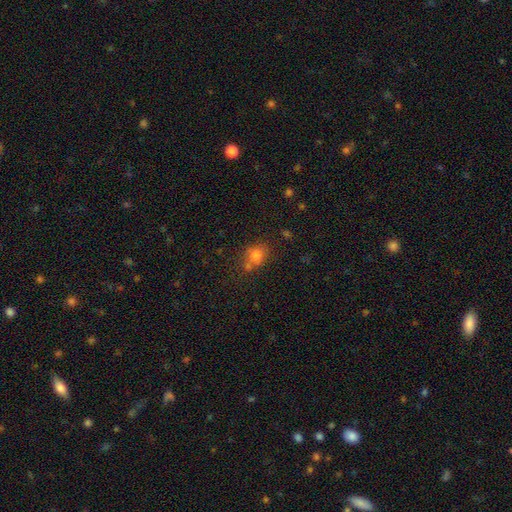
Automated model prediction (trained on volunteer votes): smooth 76%, star or artifact 14%, featured or disk 9%. Down the decision tree: how rounded — round (67%); merging — none (58%).